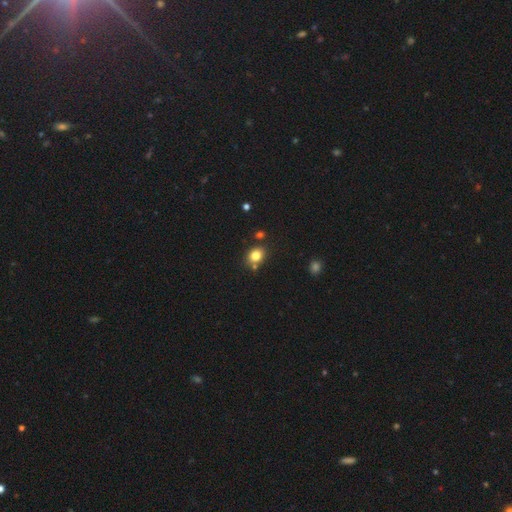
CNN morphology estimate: Smooth or featured: smooth — 81% (star or artifact — 12%)
How rounded: round — 55% (in between — 44%)
Merging: none — 73% (minor disturbance — 12%)